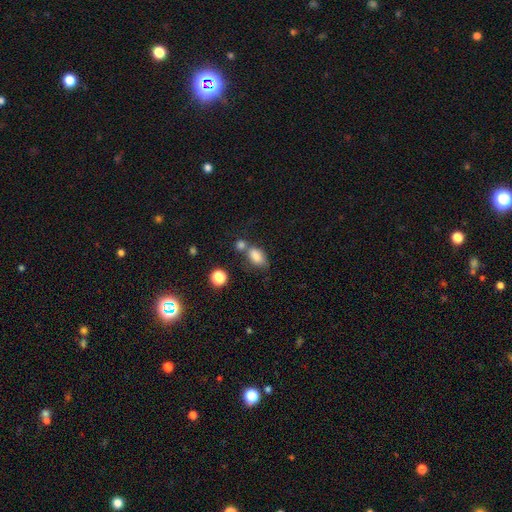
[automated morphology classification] smooth_or_featured: smooth (p=0.82) [alt: star or artifact p=0.10]
how_rounded: in between (p=0.85) [alt: round p=0.12]
merging: none (p=0.42) [alt: merger p=0.33]